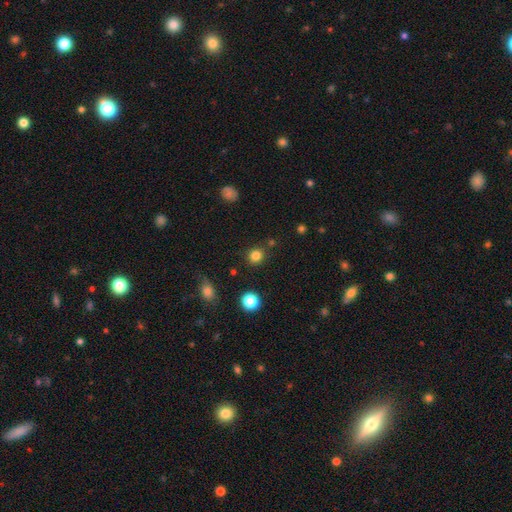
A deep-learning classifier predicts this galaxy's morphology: This is clearly a smooth galaxy (82%). How rounded: clearly round (88%). Merging: clearly none (85%).